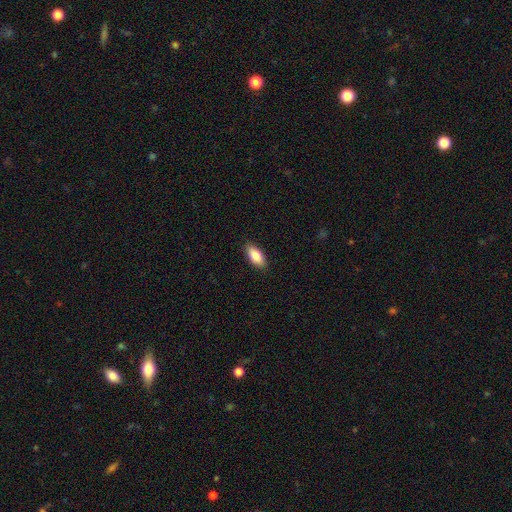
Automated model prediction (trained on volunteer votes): Smooth or featured? Predicted: smooth (p=0.84). How rounded? Predicted: in between (p=0.88). Merging? Predicted: none (p=0.89).